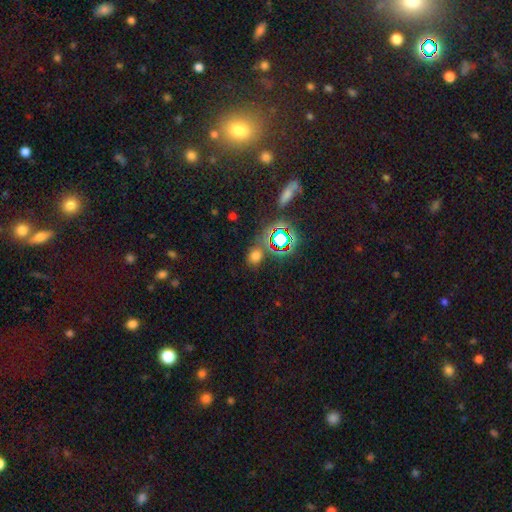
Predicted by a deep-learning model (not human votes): Smooth or featured: smooth — 56% (star or artifact — 37%)
How rounded: round — 58% (in between — 40%)
Merging: none — 72% (minor disturbance — 13%)